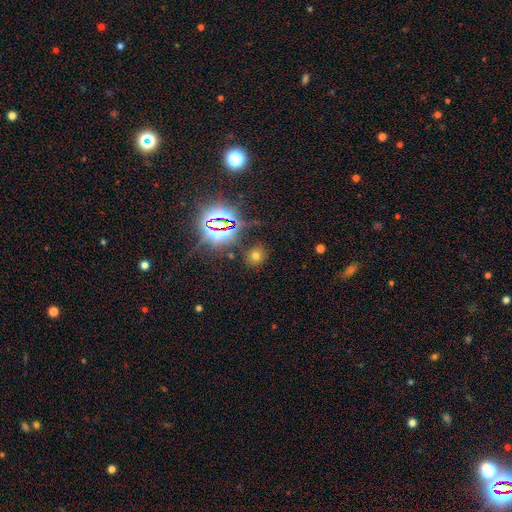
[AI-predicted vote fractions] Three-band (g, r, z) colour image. It shows a smooth galaxy with no disk features (55%) that is round (74%). Merging: none (83%).